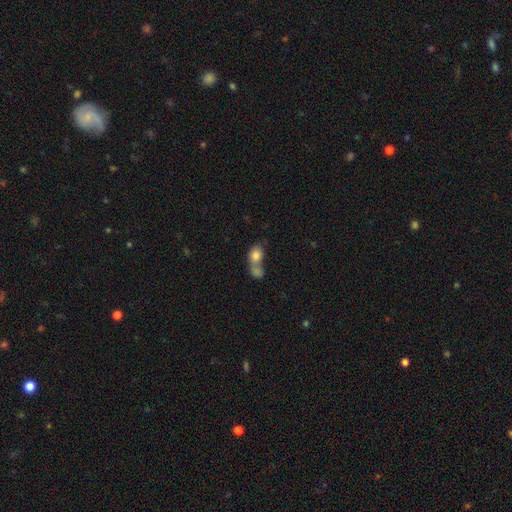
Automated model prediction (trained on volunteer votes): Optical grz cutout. It shows a smooth galaxy with no disk features (81%) that is in between round and cigar-shaped (59%). Merging: merger (66%).